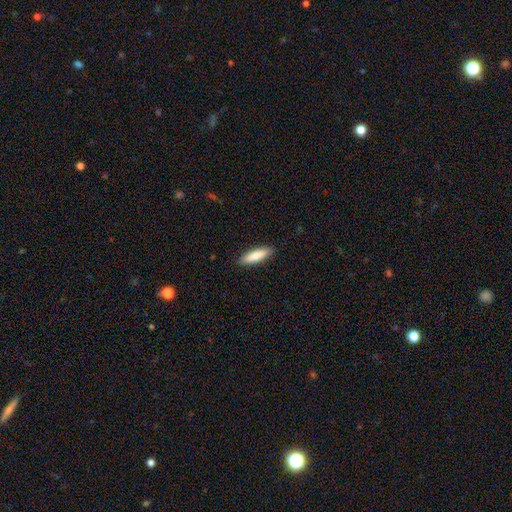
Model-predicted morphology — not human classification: This appears to be a smooth galaxy with no disk features (82%) that is cigar-shaped (63%). Merging: none (90%).